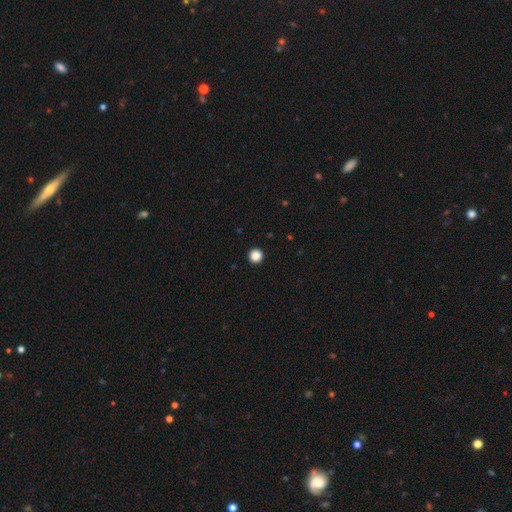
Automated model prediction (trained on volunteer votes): A smooth galaxy with no disk features (87%) that is round (96%). Merging: none (94%).